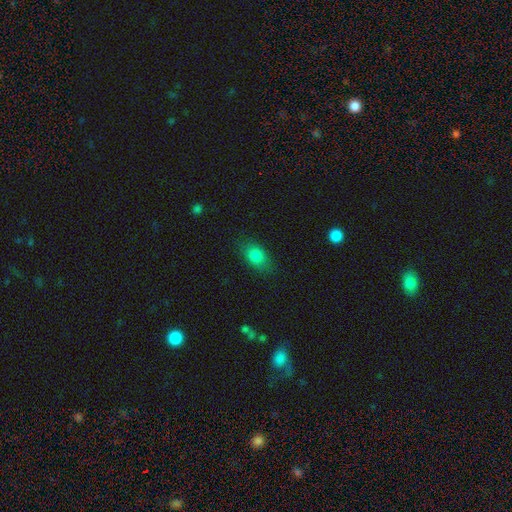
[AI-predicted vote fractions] This appears to be a smooth galaxy with no disk features (82%) that is in between round and cigar-shaped (78%). Merging: none (80%).